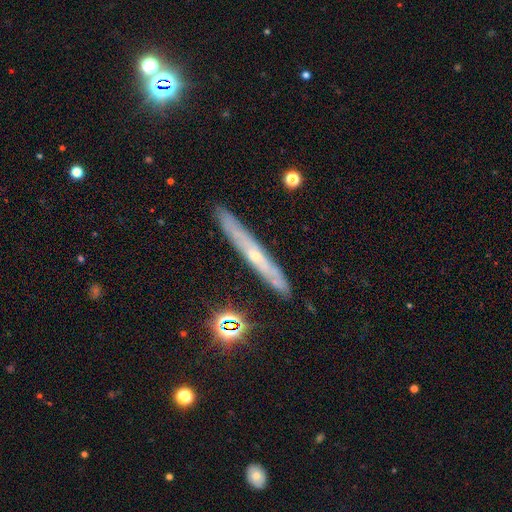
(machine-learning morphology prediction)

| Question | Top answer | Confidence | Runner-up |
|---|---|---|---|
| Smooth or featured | featured or disk | 67% | smooth (25%) |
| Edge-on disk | yes | 83% | no (17%) |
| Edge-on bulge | rounded | 59% | none (39%) |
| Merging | none | 87% | minor disturbance (10%) |